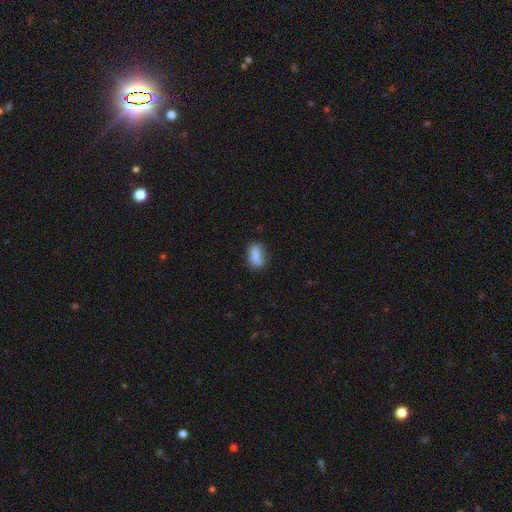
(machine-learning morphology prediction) A smooth galaxy with no disk features (82%) that is in between round and cigar-shaped (79%). Merging: none (70%).